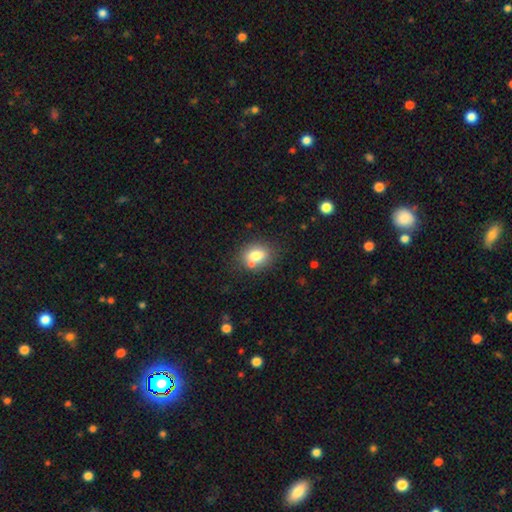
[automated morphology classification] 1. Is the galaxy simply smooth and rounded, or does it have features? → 76% smooth, 14% featured or disk, 10% star or artifact.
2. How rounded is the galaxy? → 60% in between, 39% round, 1% cigar-shaped.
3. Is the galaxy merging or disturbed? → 66% none, 17% merger, 14% minor disturbance, 4% major disturbance.